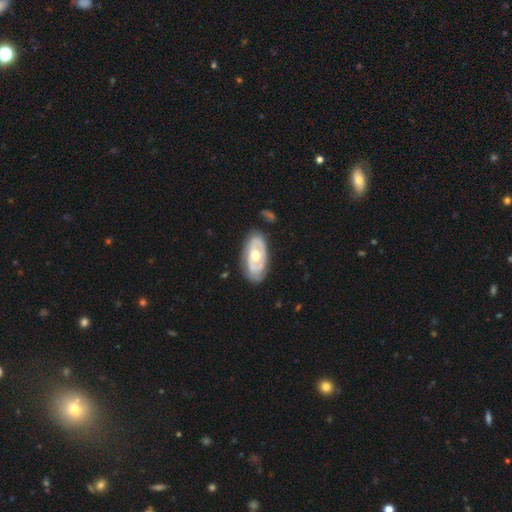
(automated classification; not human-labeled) The model was most divided on "spiral arms": no: 57%, yes: 43%. More confident: edge-on disk — no (91%); bar — no (79%); merging — none (76%); bulge size — moderate (73%); smooth or featured — featured or disk (68%).